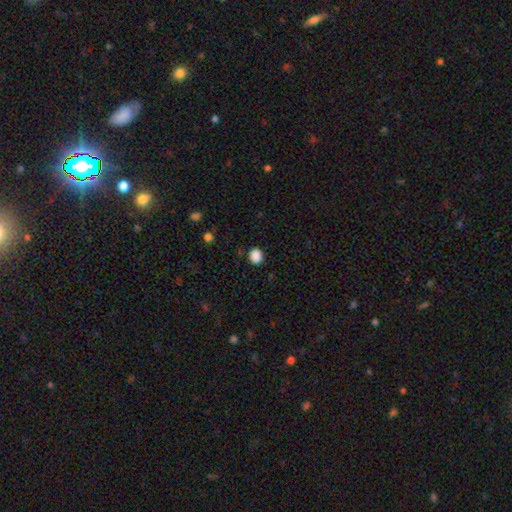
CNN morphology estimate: type=smooth (88%); roundness=round (66%); merging=none (89%).